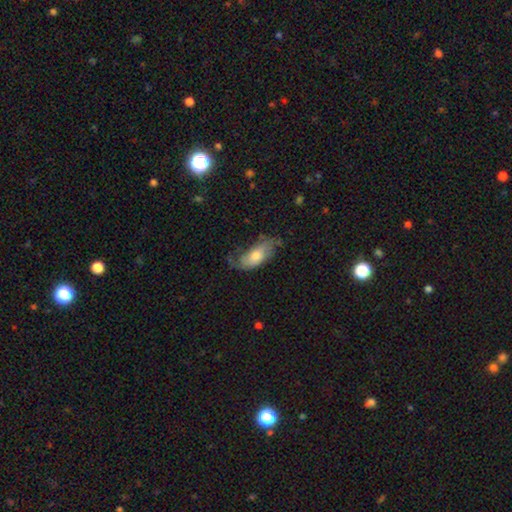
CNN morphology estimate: type=smooth (56%); roundness=in between (84%); merging=none (47%).